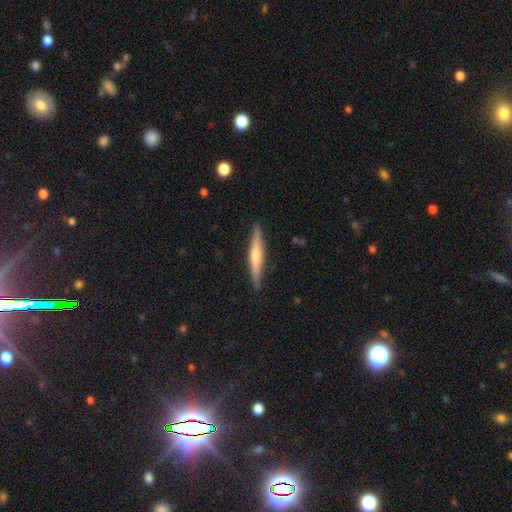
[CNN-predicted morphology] A featured or disk galaxy (57%) viewed edge-on (97%) with a rounded central bulge (61%).

Vote fractions:
- Smooth or featured? featured or disk: 57% / smooth: 37% / star or artifact: 5%
- Edge-on disk? yes: 97% / no: 3%
- Edge-on bulge? rounded: 61% / none: 26% / boxy: 12%
- Merging? none: 88% / minor disturbance: 9% / major disturbance: 2% / merger: 1%